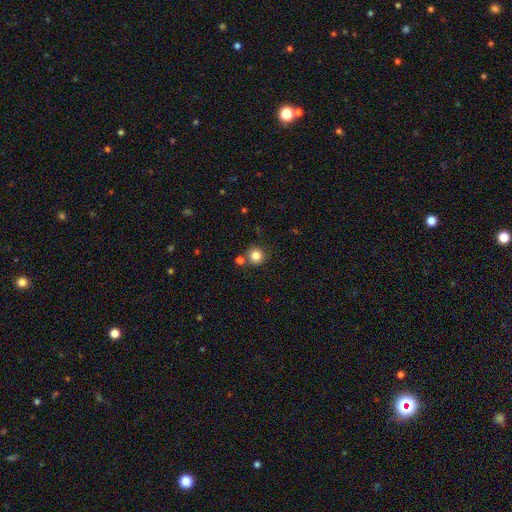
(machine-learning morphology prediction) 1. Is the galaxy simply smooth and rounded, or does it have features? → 83% smooth, 11% star or artifact, 6% featured or disk.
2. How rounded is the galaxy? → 92% round, 7% in between, 1% cigar-shaped.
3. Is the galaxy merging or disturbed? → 73% none, 15% merger, 9% minor disturbance, 3% major disturbance.